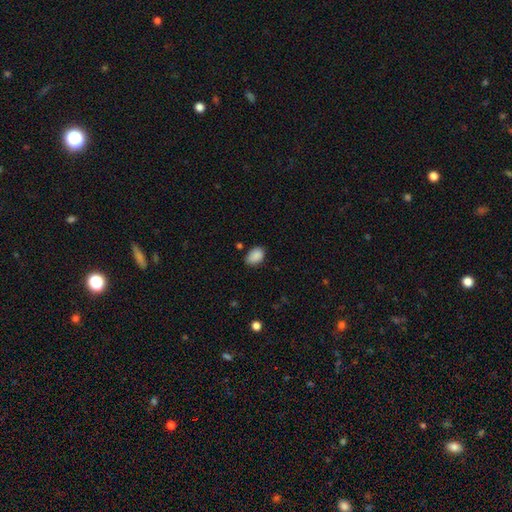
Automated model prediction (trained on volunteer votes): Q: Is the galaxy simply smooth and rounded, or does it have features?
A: smooth — 89%.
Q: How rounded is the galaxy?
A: in between — 86%.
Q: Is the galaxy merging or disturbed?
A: none — 75%.